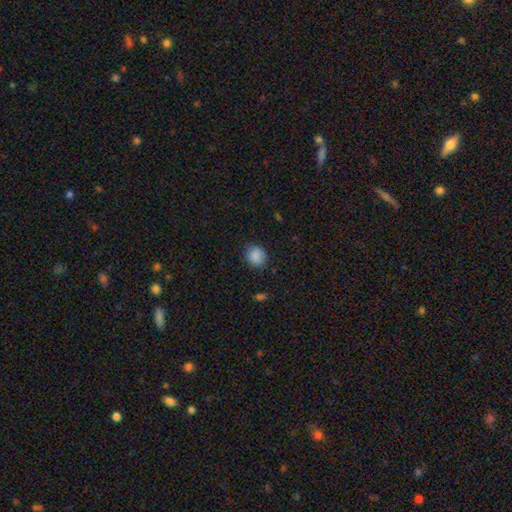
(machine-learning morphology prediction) Q: Smooth or featured?
A: smooth (87%); runner-up: star or artifact (9%)
Q: How rounded?
A: round (85%); runner-up: in between (14%)
Q: Merging?
A: none (87%); runner-up: minor disturbance (10%)